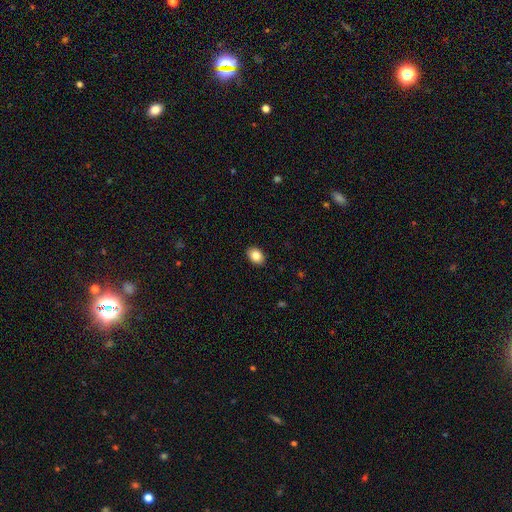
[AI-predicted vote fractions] Morphology: type=smooth (85%); roundness=in between (73%); merging=none (90%).